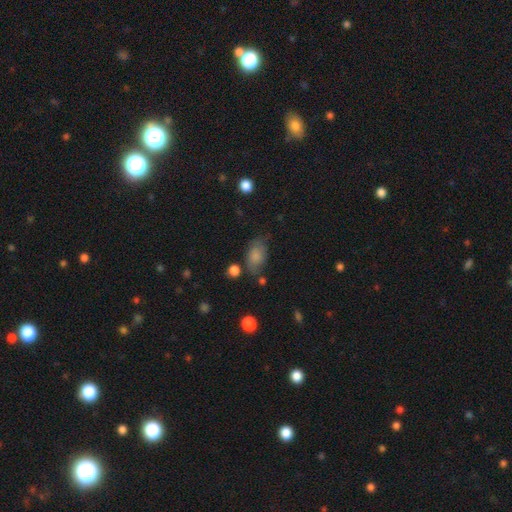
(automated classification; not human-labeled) A smooth galaxy with no disk features (79%) that is in between round and cigar-shaped (86%).

Vote fractions:
- Smooth or featured? smooth: 79% / featured or disk: 12% / star or artifact: 9%
- How rounded? in between: 86% / round: 12% / cigar-shaped: 2%
- Merging? none: 57% / minor disturbance: 28% / major disturbance: 10% / merger: 5%